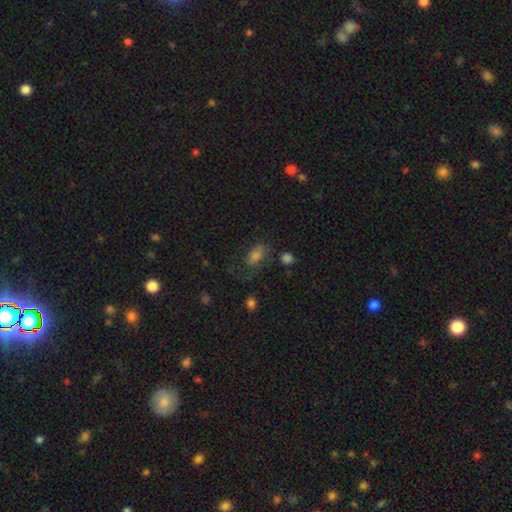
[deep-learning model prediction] smooth 62%, featured or disk 20%, star or artifact 18%. Down the decision tree: how rounded — in between (85%); merging — none (50%).